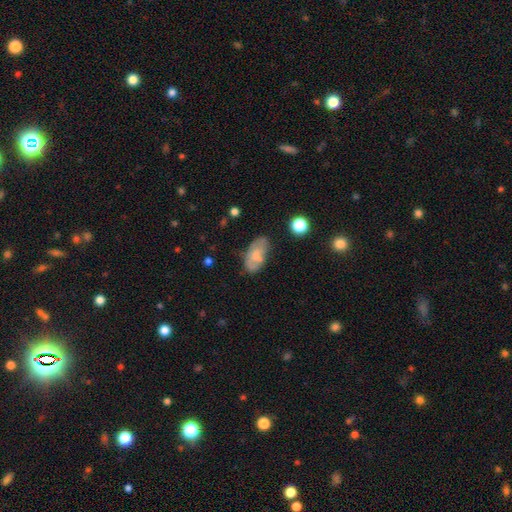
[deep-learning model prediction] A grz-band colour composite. It shows a smooth galaxy with no disk features (60%) that is in between round and cigar-shaped (92%). Merging: none (62%).